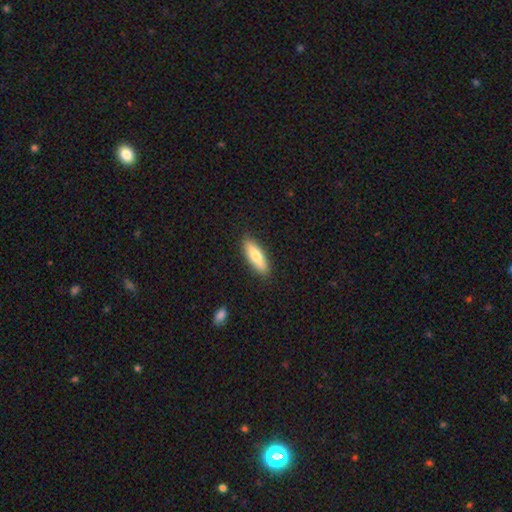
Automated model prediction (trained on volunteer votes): smooth_or_featured: smooth (p=0.73) [alt: featured or disk p=0.21]
how_rounded: cigar-shaped (p=0.50) [alt: in between p=0.48]
merging: none (p=0.88) [alt: minor disturbance p=0.09]